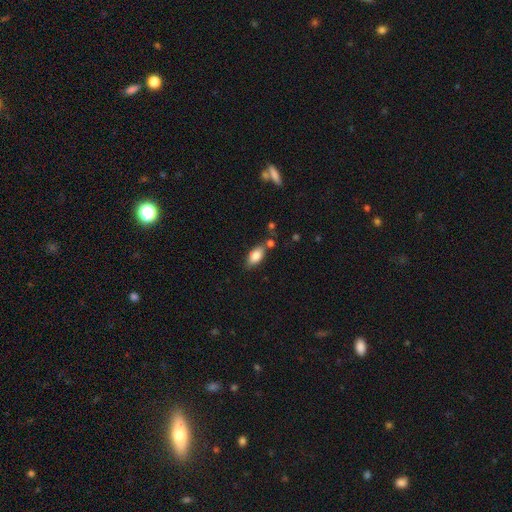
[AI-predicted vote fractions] This appears to be a smooth galaxy with no disk features (83%) that is in between round and cigar-shaped (90%). Merging: none (67%).